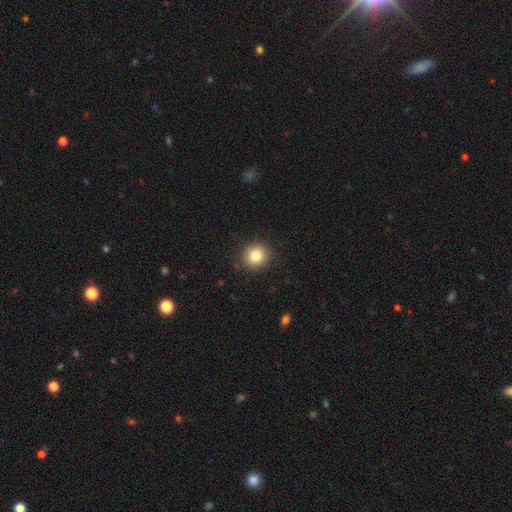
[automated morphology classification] Smooth or featured?
  - smooth: 83% *
  - star or artifact: 10%
  - featured or disk: 7%
How rounded?
  - round: 88% *
  - in between: 11%
  - cigar-shaped: 1%
Merging?
  - none: 90% *
  - minor disturbance: 7%
  - major disturbance: 2%
  - merger: 1%